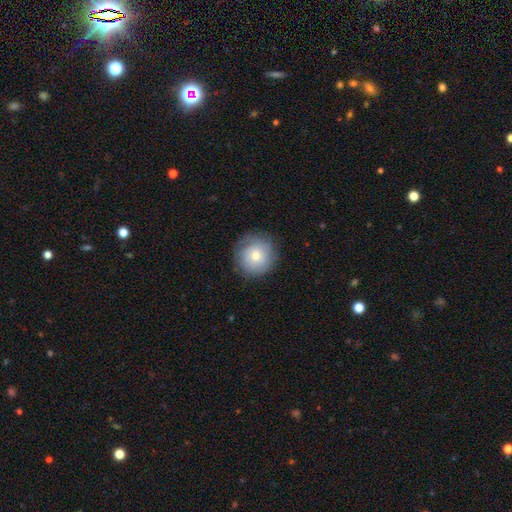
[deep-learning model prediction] smooth-or-featured: smooth: 62% | featured or disk: 29% | star or artifact: 9%
  how-rounded: round: 94% | in between: 5% | cigar-shaped: 1%
  merging: none: 82% | minor disturbance: 13% | major disturbance: 4% | merger: 1%